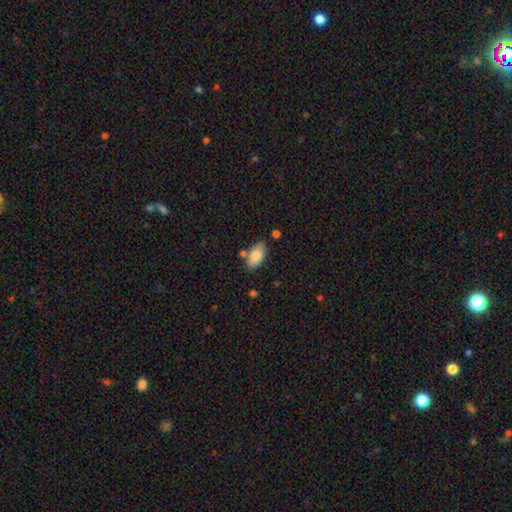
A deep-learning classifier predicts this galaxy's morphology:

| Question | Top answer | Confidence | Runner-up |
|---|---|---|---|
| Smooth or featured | smooth | 83% | featured or disk (10%) |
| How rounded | in between | 93% | cigar-shaped (4%) |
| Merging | none | 75% | minor disturbance (15%) |